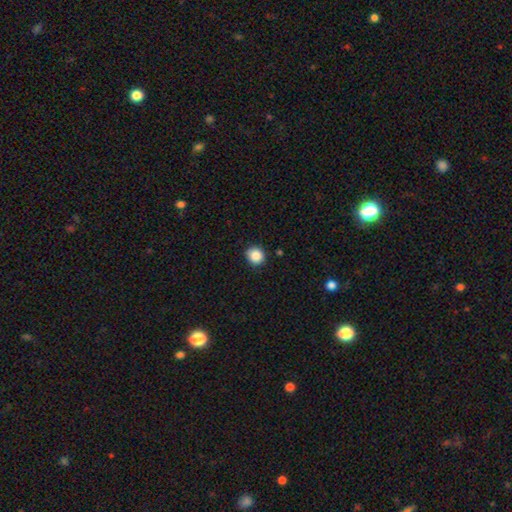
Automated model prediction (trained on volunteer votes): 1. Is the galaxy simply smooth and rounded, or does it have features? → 87% smooth, 10% star or artifact, 3% featured or disk.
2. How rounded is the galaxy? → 87% round, 12% in between, 1% cigar-shaped.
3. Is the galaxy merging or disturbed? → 88% none, 9% minor disturbance, 2% major disturbance, 1% merger.